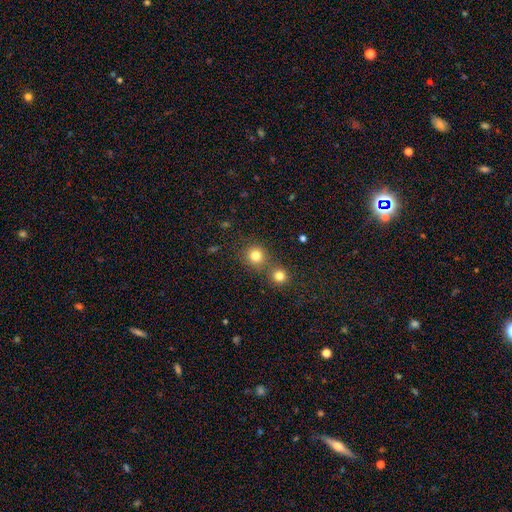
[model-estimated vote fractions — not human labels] smooth 80%, star or artifact 14%, featured or disk 6%. Down the decision tree: how rounded — round (90%); merging — none (63%).